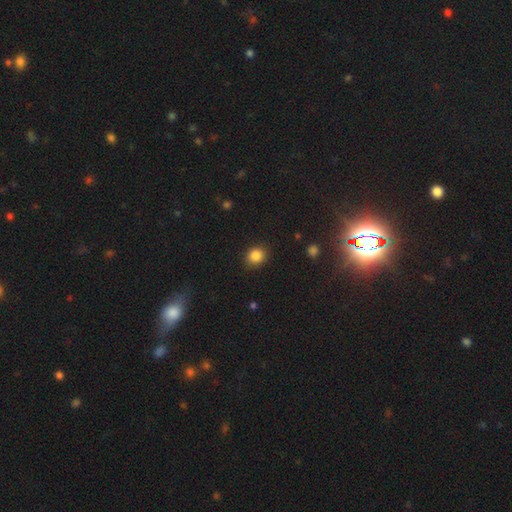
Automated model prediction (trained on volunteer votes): Smooth or featured: smooth — 86% (star or artifact — 10%)
How rounded: round — 73% (in between — 26%)
Merging: none — 88% (minor disturbance — 8%)